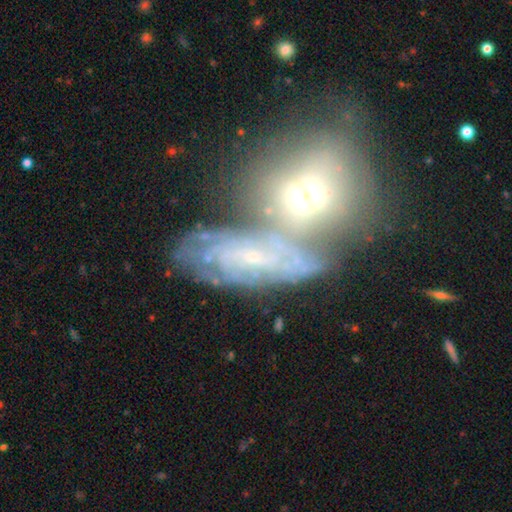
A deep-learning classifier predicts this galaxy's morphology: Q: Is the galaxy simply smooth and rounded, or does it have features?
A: featured or disk — 70%.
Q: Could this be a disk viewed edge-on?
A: no — 89%.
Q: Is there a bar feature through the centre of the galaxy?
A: no — 60%.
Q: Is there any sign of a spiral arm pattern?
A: yes — 81%.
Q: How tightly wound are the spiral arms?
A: tight — 66%.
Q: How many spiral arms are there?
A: can't tell — 56%.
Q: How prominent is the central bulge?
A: small — 66%.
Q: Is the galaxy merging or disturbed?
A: merger — 48%.